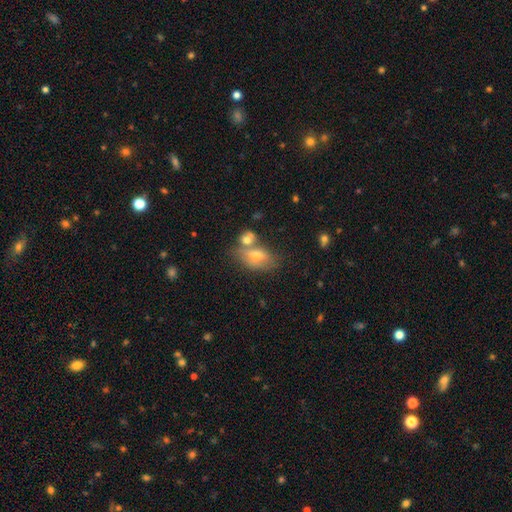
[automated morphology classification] Overall: smooth (62%; featured or disk 27%). How rounded: in between (83%). Merging: none (46%; merger 33%).